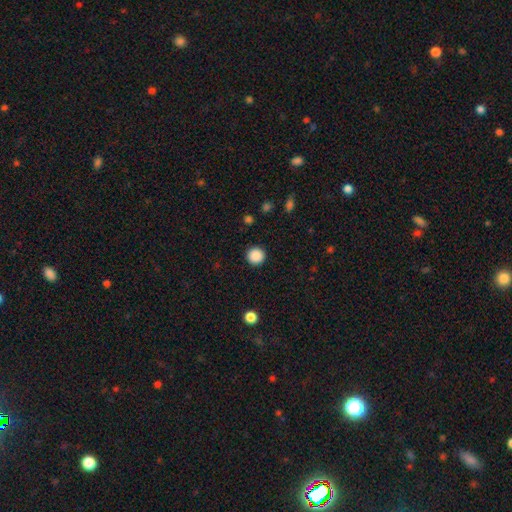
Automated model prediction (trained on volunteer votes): Morphology: type=smooth (88%); roundness=round (95%); merging=none (92%).